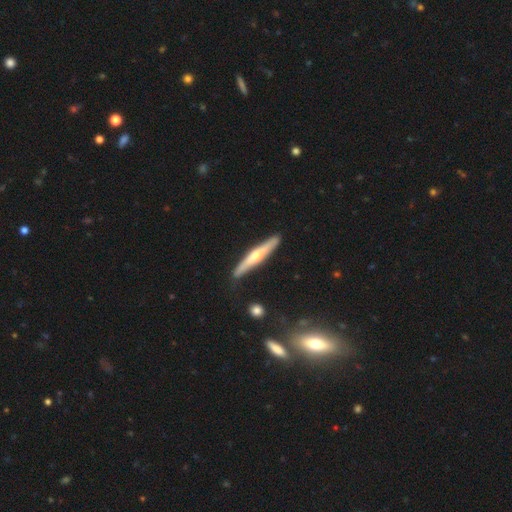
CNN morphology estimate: Q: Smooth or featured?
A: featured or disk (58%); runner-up: smooth (37%)
Q: Edge-on disk?
A: yes (95%); runner-up: no (5%)
Q: Edge-on bulge?
A: rounded (83%); runner-up: none (12%)
Q: Merging?
A: none (87%); runner-up: minor disturbance (9%)